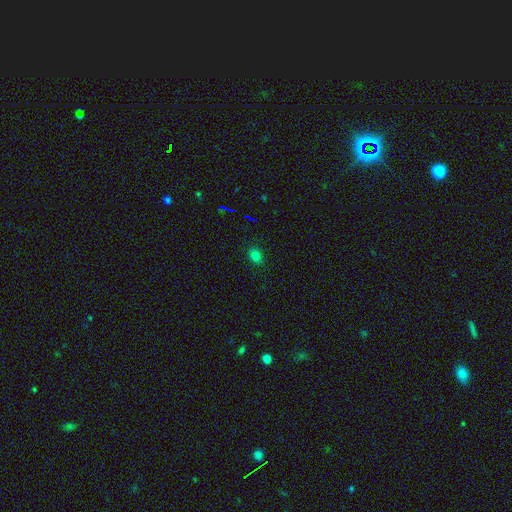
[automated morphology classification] smooth-or-featured: smooth: 78% | star or artifact: 16% | featured or disk: 5%
  how-rounded: in between: 58% | round: 41% | cigar-shaped: 1%
  merging: none: 88% | minor disturbance: 9% | major disturbance: 2% | merger: 1%